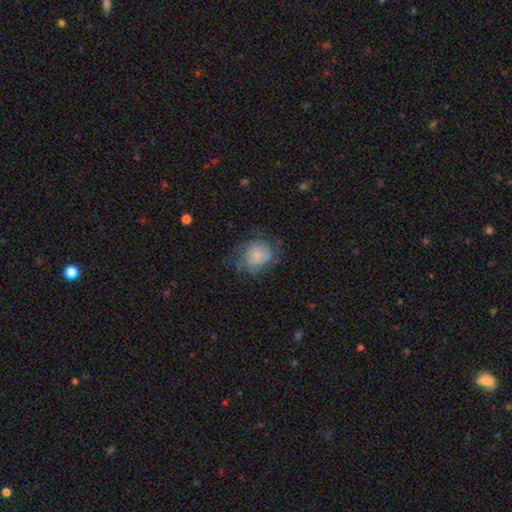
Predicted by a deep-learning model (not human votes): A smooth galaxy with no disk features (62%) that is round (64%). Merging: none (54%).